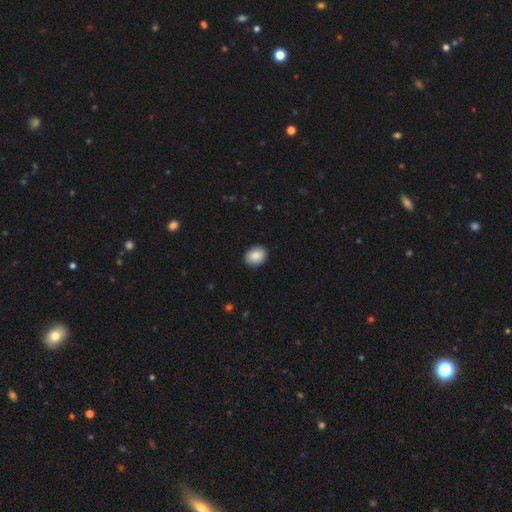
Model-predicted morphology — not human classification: This appears to be a smooth galaxy with no disk features (88%) that is in between round and cigar-shaped (61%). Merging: none (90%).